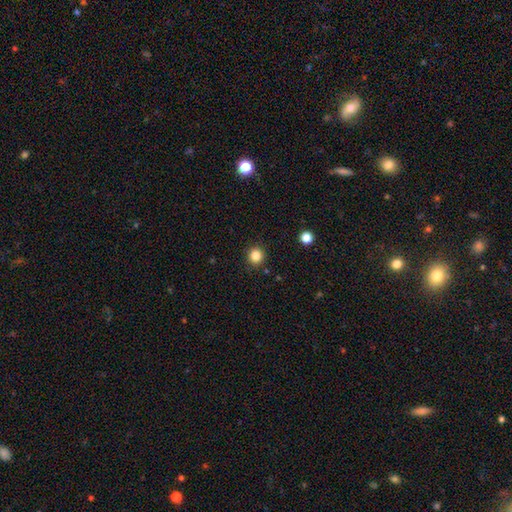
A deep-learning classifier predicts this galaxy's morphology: Smooth or featured? smooth (84%)
How rounded? round (92%)
Merging? none (91%)